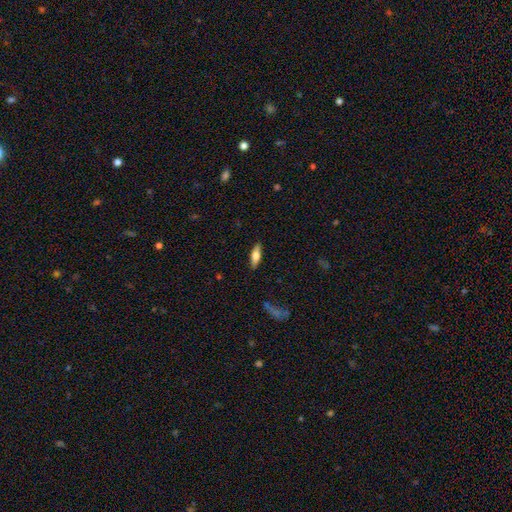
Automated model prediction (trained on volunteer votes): Overall: smooth (61%; featured or disk 32%). How rounded: in between (54%; cigar-shaped 43%). Merging: none (87%).